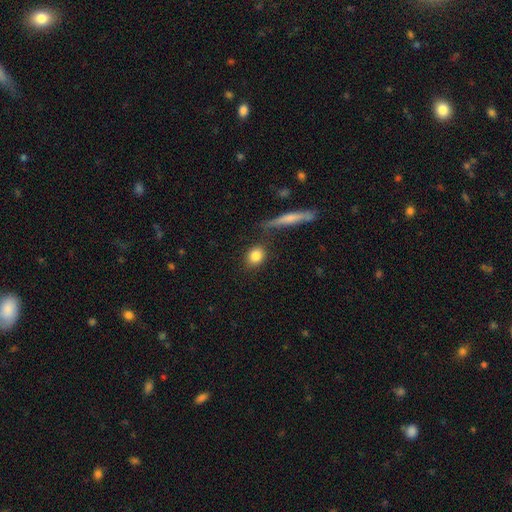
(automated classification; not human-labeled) The model was most divided on "how rounded": round: 61%, in between: 35%, cigar-shaped: 5%. More confident: smooth or featured — smooth (83%); merging — none (80%).